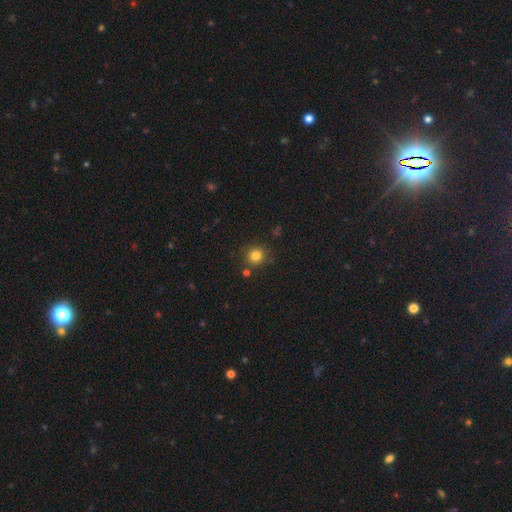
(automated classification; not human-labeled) Smooth or featured? smooth (82%)
How rounded? round (88%)
Merging? none (83%)